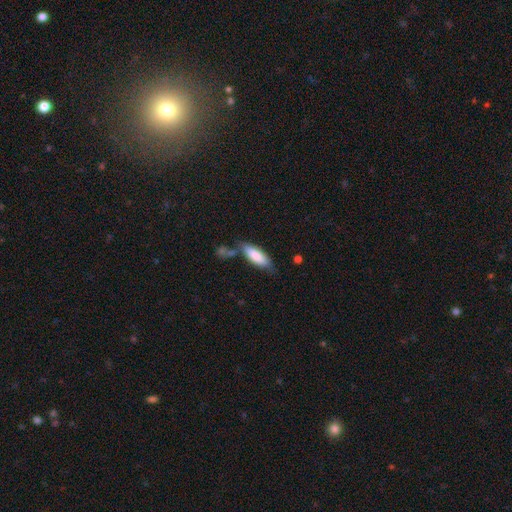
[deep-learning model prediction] Smooth or featured? Predicted: smooth (p=0.82). How rounded? Predicted: in between (p=0.64). Merging? Predicted: none (p=0.61).